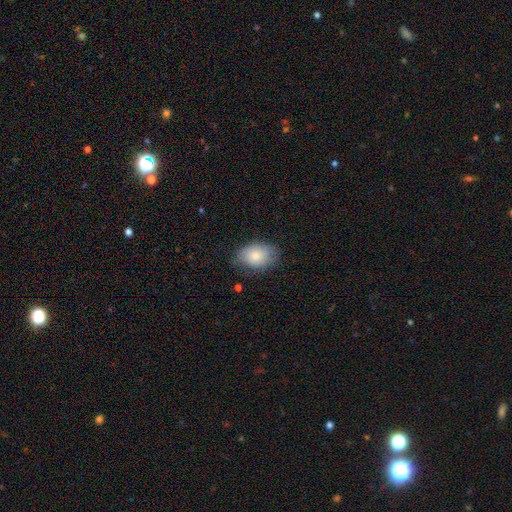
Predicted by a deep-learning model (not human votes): smooth 82%, featured or disk 11%, star or artifact 7%. Down the decision tree: how rounded — in between (82%); merging — none (74%).